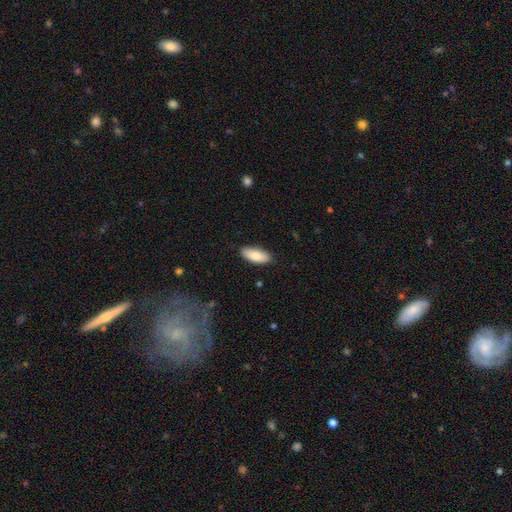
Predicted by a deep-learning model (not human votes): The model was most divided on "how rounded": in between: 84%, cigar-shaped: 14%, round: 2%. More confident: merging — none (86%); smooth or featured — smooth (84%).